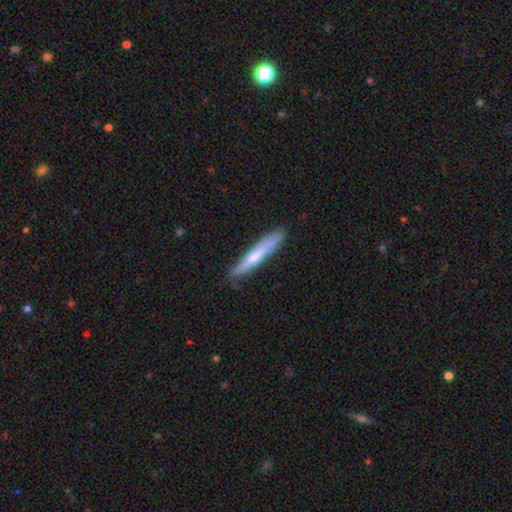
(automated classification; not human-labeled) This is likely a smooth galaxy (61%). How rounded: clearly cigar-shaped (94%). Merging: clearly none (84%).